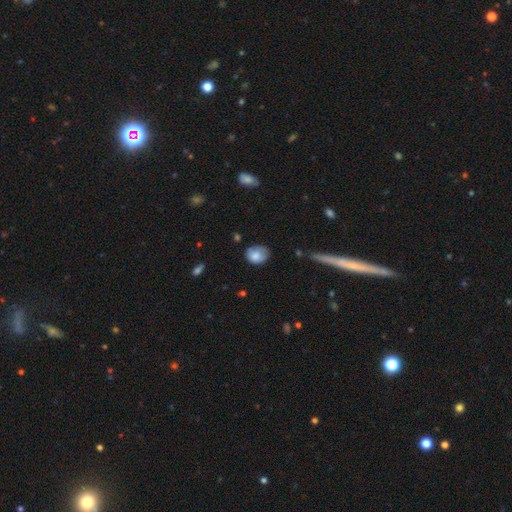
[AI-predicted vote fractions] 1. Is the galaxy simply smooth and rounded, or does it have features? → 77% smooth, 15% featured or disk, 8% star or artifact.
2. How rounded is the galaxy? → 51% round, 48% in between, 1% cigar-shaped.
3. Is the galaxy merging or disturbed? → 59% none, 31% minor disturbance, 8% major disturbance, 2% merger.